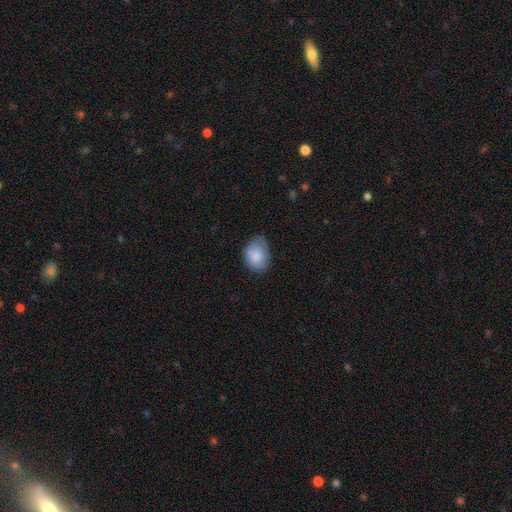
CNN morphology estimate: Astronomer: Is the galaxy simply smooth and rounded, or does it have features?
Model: smooth — 84%.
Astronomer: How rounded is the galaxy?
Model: in between — 72%.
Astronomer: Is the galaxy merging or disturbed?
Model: none — 58%.